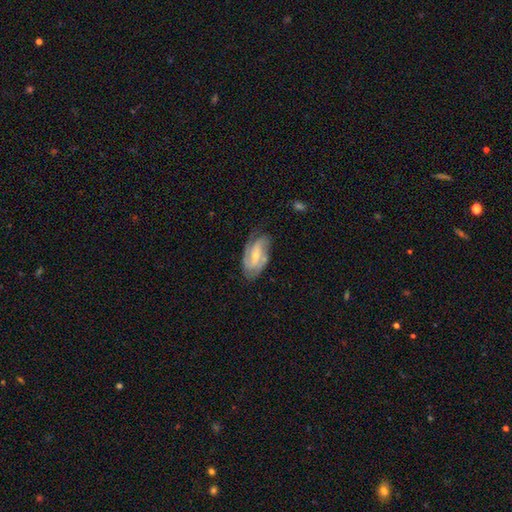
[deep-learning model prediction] smooth_or_featured: featured or disk (p=0.80) [alt: smooth p=0.15]
disk_edge_on: no (p=0.95) [alt: yes p=0.05]
bar: weak (p=0.43) [alt: no p=0.35]
has_spiral_arms: yes (p=0.94) [alt: no p=0.06]
spiral_winding: medium (p=0.44) [alt: tight p=0.40]
spiral_arm_count: 2 (p=0.58) [alt: 3 p=0.18]
bulge_size: small (p=0.57) [alt: moderate p=0.38]
merging: none (p=0.70) [alt: minor disturbance p=0.21]